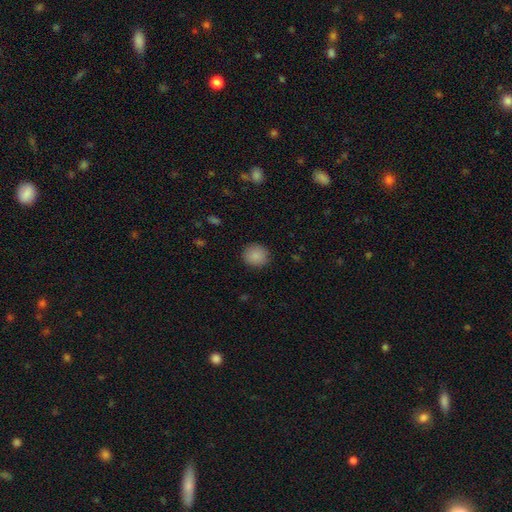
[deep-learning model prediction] Overall: smooth (88%). How rounded: round (86%). Merging: none (89%).